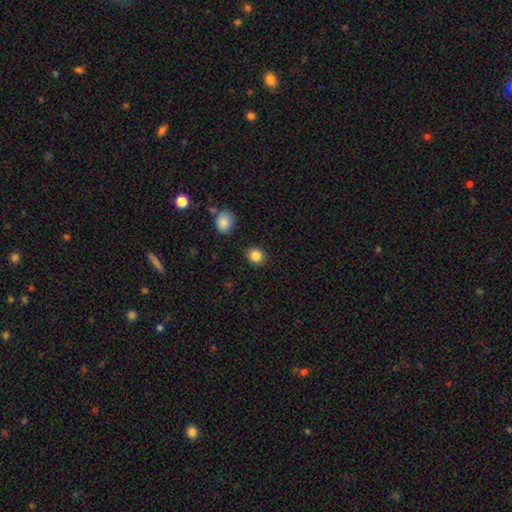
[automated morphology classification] This appears to be a smooth galaxy with no disk features (85%) that is round (76%). Merging: none (88%).